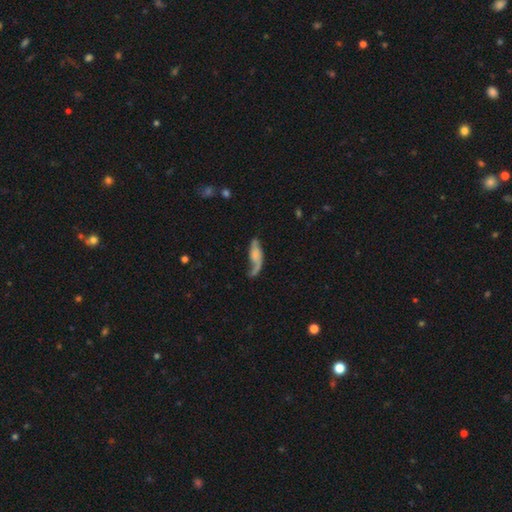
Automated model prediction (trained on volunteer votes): This is likely a featured or disk galaxy (61%). It is clearly not viewed edge-on (83%). Bar: likely no (67%). Spiral arm pattern: clearly yes (85%). Central bulge: possibly none (46%). Merging: marginally none (41%).